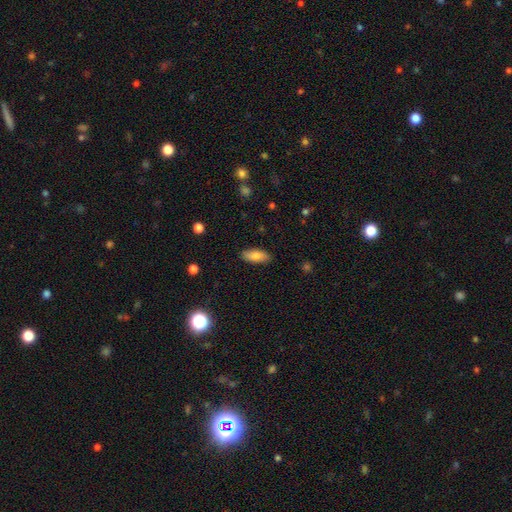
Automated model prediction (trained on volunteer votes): smooth-or-featured: smooth: 82% | featured or disk: 11% | star or artifact: 7%
  how-rounded: in between: 79% | cigar-shaped: 18% | round: 2%
  merging: none: 87% | minor disturbance: 9% | major disturbance: 2% | merger: 1%